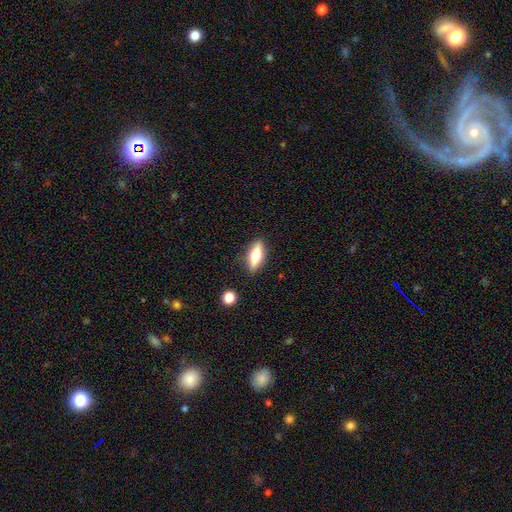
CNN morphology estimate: Smooth or featured? smooth (55%)
How rounded? in between (56%)
Merging? none (86%)